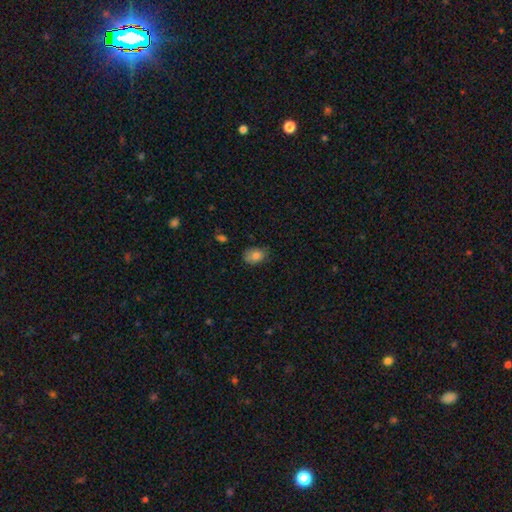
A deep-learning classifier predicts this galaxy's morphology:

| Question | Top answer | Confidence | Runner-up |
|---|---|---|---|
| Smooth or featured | smooth | 82% | featured or disk (9%) |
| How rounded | in between | 73% | round (26%) |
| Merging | none | 65% | minor disturbance (27%) |